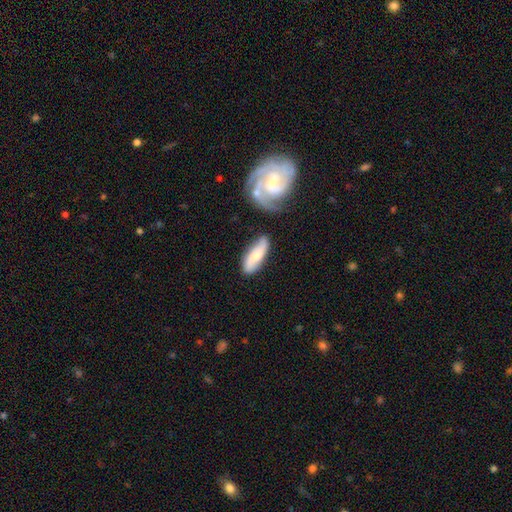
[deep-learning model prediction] smooth_or_featured: smooth (p=0.47) [tied with: featured or disk p=0.47]
merging: none (p=0.71) [alt: minor disturbance p=0.17]